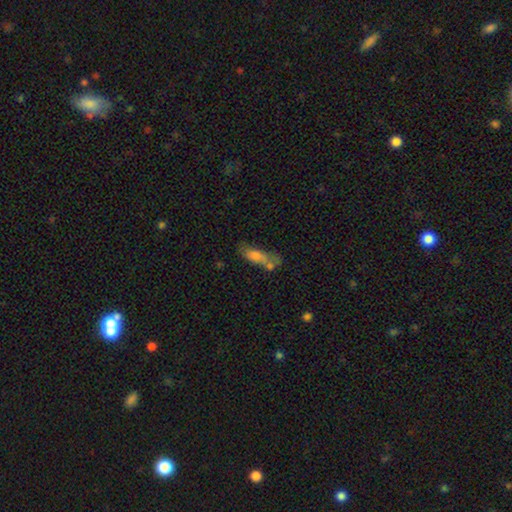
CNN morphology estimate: This is likely a smooth galaxy (69%). How rounded: possibly in between (59%). Merging: marginally none (33%).